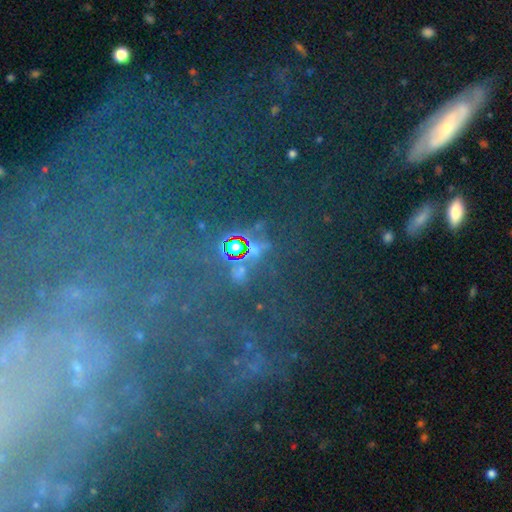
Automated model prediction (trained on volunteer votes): Morphology: type=star or artifact (71%).